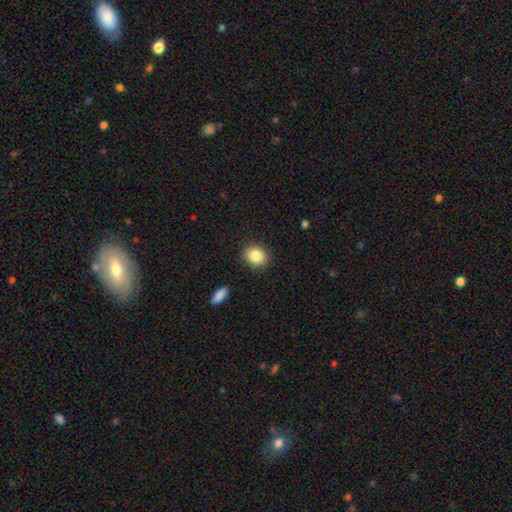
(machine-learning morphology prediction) smooth_or_featured: smooth (p=0.85) [alt: star or artifact p=0.08]
how_rounded: round (p=0.52) [alt: in between p=0.47]
merging: none (p=0.89) [alt: minor disturbance p=0.08]